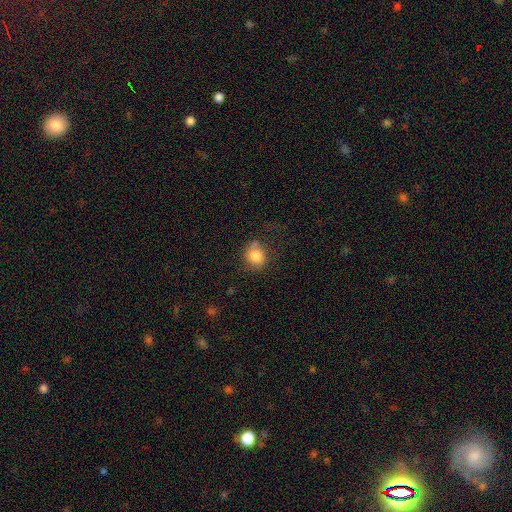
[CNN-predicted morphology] A smooth galaxy with no disk features (82%) that is round (75%).

Vote fractions:
- Smooth or featured? smooth: 82% / star or artifact: 9% / featured or disk: 8%
- How rounded? round: 75% / in between: 24% / cigar-shaped: 1%
- Merging? none: 61% / minor disturbance: 22% / major disturbance: 10% / merger: 7%